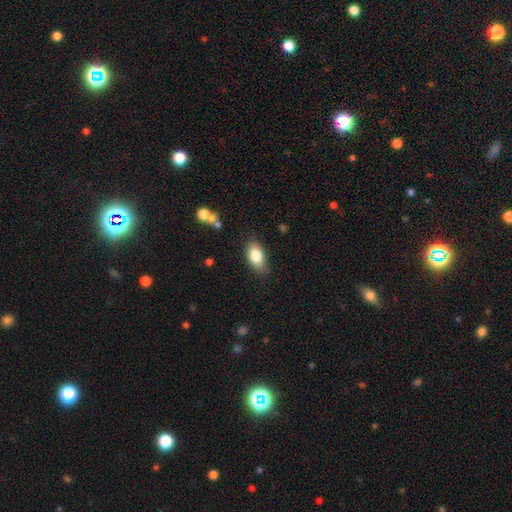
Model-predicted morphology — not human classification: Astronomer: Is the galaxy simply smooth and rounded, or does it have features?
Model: smooth — 80%.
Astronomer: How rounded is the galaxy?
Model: in between — 90%.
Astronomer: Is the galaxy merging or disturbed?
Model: none — 83%.